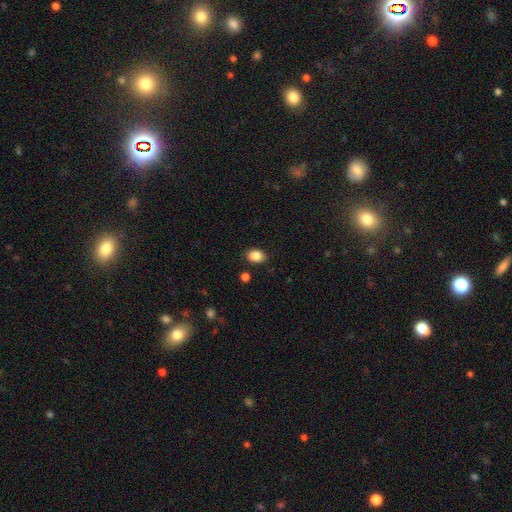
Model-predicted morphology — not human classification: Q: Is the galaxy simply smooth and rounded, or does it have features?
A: smooth — 87%.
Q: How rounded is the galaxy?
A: in between — 72%.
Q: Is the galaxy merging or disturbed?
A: none — 84%.